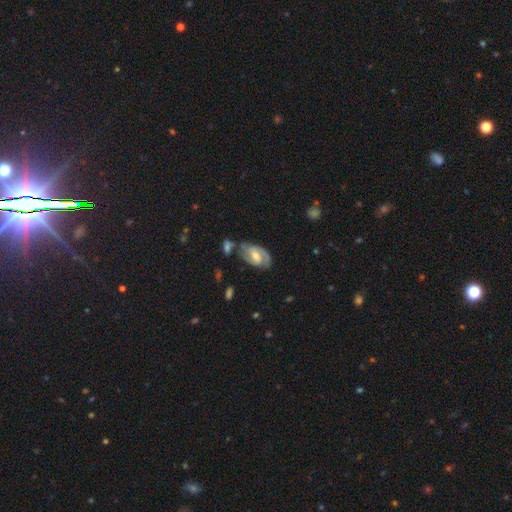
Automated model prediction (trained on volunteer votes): Smooth or featured? featured or disk (74%)
Edge-on disk? no (96%)
Bar? weak (52%)
Spiral arms? yes (89%)
Spiral winding? medium (46%)
Spiral arm count? 2 (78%)
Bulge size? moderate (57%)
Merging? none (59%)